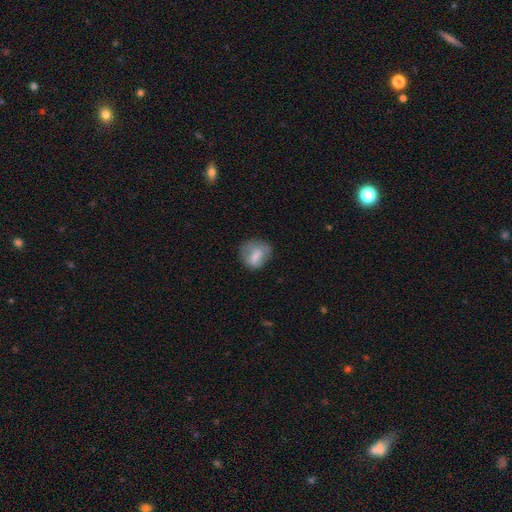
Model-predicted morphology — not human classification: Overall: smooth (69%). How rounded: round (62%; in between 37%). Merging: none (59%; minor disturbance 26%).